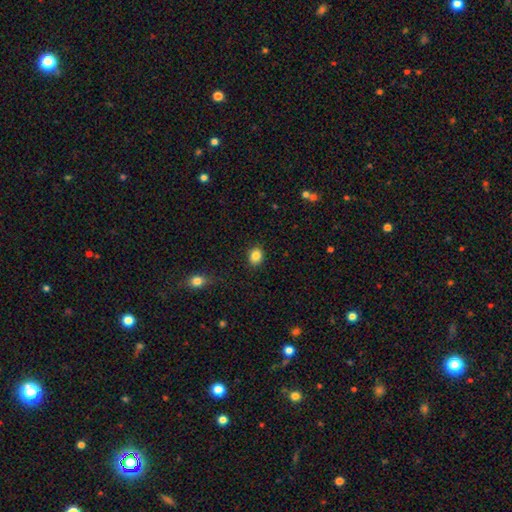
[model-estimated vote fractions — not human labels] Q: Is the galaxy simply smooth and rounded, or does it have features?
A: smooth — 85%.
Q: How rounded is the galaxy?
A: round — 53%.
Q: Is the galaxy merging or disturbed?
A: none — 88%.